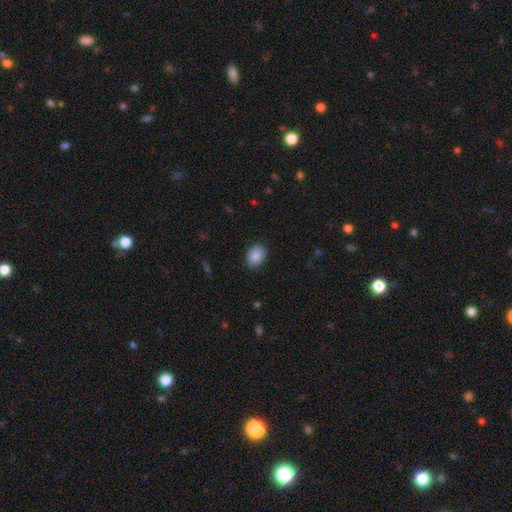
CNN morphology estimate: smooth-or-featured: smooth: 89% | star or artifact: 7% | featured or disk: 4%
  how-rounded: in between: 70% | round: 29% | cigar-shaped: 1%
  merging: none: 86% | minor disturbance: 10% | major disturbance: 2% | merger: 1%